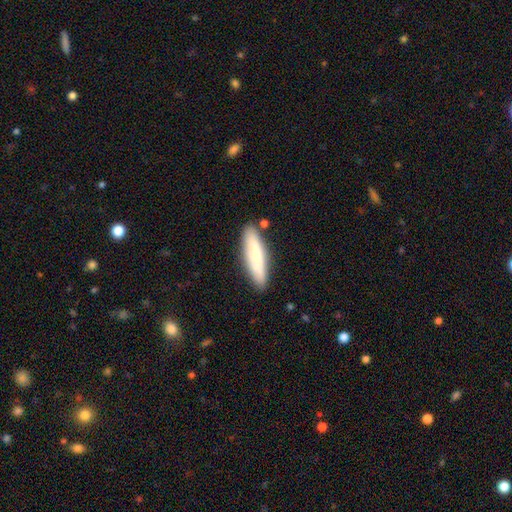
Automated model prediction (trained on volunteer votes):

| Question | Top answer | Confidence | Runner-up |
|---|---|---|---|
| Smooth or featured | smooth | 72% | featured or disk (22%) |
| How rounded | cigar-shaped | 73% | in between (25%) |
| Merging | none | 84% | minor disturbance (11%) |